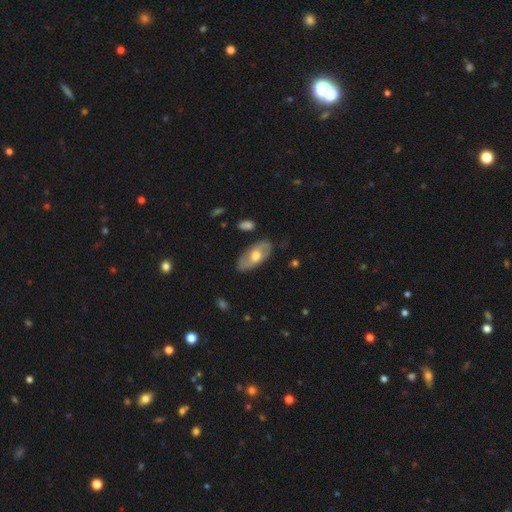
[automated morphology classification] type=featured or disk (54%); edge-on=no (85%); merging=none (80%).